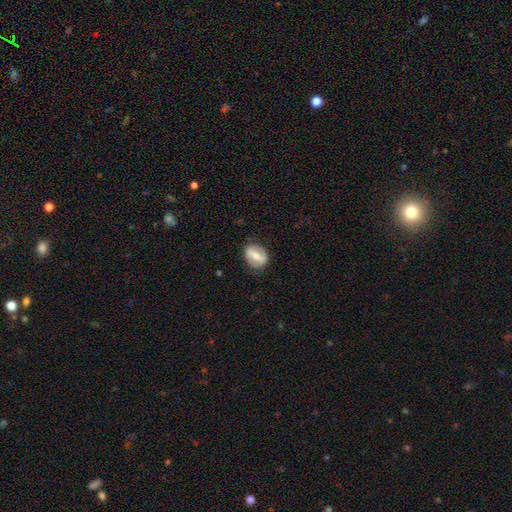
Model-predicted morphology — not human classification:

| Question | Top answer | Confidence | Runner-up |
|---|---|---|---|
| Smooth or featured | featured or disk | 59% | smooth (34%) |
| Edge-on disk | no | 92% | yes (8%) |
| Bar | strong | 67% | weak (24%) |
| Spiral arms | no | 53% | yes (47%) |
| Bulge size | moderate | 55% | small (32%) |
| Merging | none | 82% | minor disturbance (13%) |